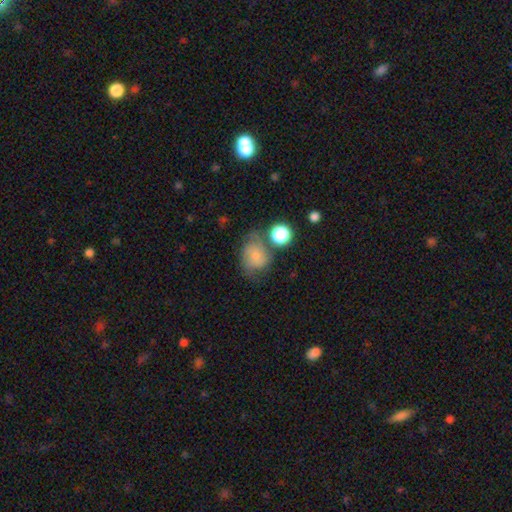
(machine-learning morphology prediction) A smooth galaxy with no disk features (60%) that is round (58%).

Vote fractions:
- Smooth or featured? smooth: 60% / featured or disk: 29% / star or artifact: 11%
- How rounded? round: 58% / in between: 41% / cigar-shaped: 1%
- Merging? none: 47% / minor disturbance: 26% / major disturbance: 14% / merger: 13%